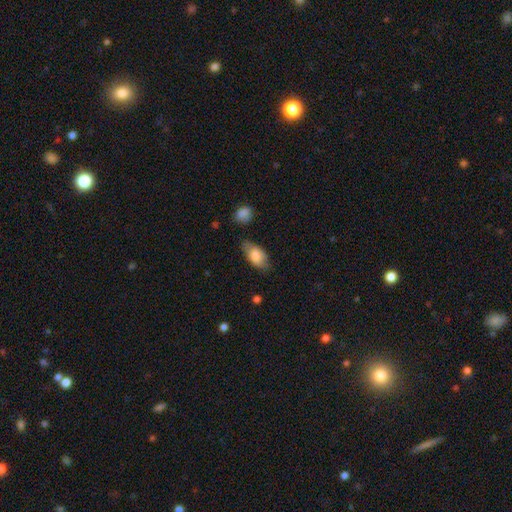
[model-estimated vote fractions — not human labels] Morphology: type=smooth (78%); roundness=in between (91%); merging=none (66%).